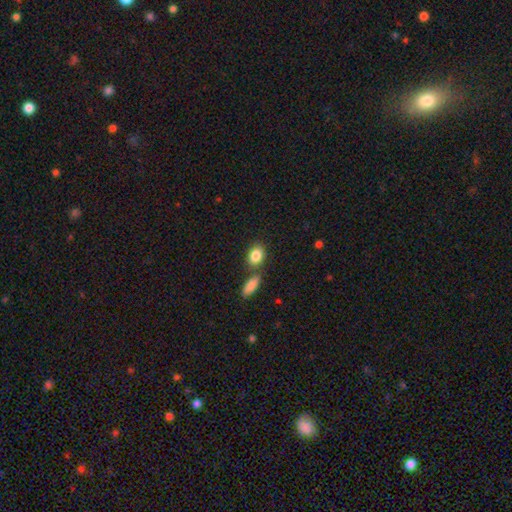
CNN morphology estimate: smooth 86%, star or artifact 7%, featured or disk 7%. Down the decision tree: how rounded — in between (77%); merging — none (60%).